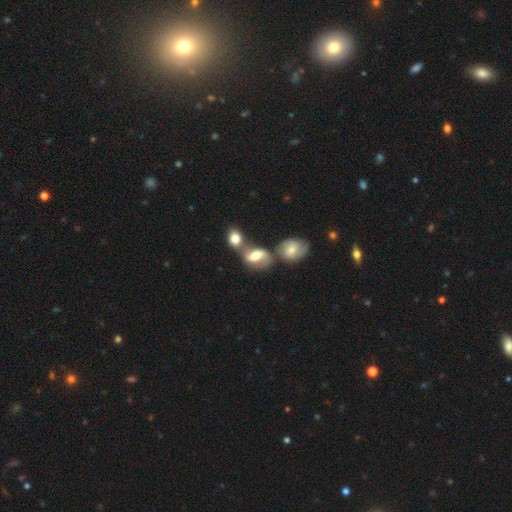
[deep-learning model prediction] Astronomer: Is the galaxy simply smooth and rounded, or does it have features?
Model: featured or disk — 50% (runner-up: smooth, 41%).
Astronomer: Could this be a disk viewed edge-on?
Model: no — 95%.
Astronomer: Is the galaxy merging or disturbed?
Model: merger — 54%.